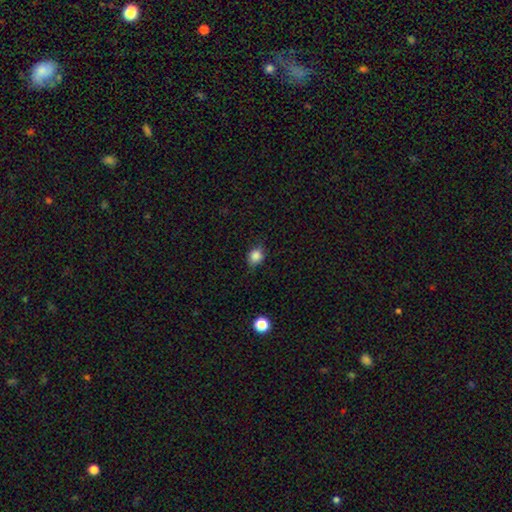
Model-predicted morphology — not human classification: The model was most divided on "how rounded": round: 58%, in between: 41%, cigar-shaped: 1%. More confident: smooth or featured — smooth (84%); merging — none (75%).